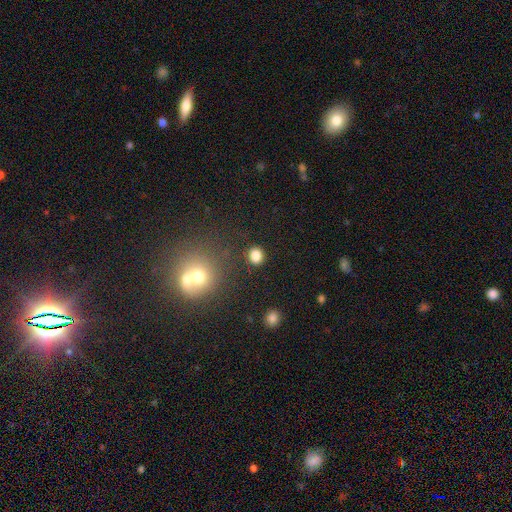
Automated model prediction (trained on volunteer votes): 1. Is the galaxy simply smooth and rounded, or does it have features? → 83% smooth, 12% star or artifact, 5% featured or disk.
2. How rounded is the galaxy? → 77% round, 22% in between, 1% cigar-shaped.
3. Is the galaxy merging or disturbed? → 85% none, 7% minor disturbance, 4% merger, 3% major disturbance.